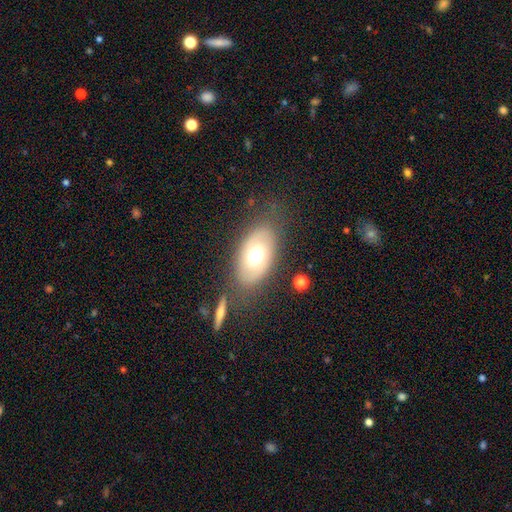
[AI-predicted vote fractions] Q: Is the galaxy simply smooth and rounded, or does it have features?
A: smooth — 57%.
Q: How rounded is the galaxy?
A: in between — 87%.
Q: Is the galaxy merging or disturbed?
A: none — 75%.